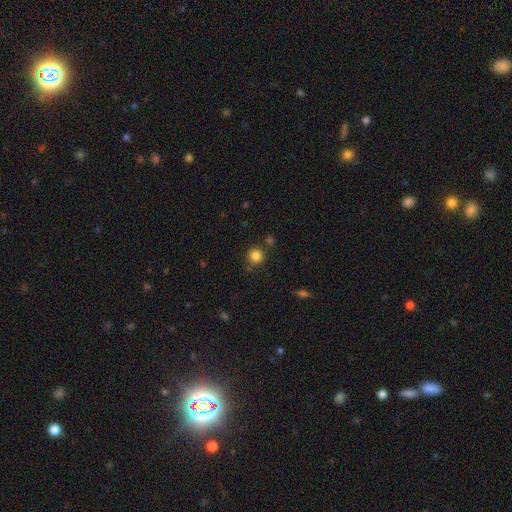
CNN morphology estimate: The model was most divided on "smooth or featured": smooth: 84%, star or artifact: 12%, featured or disk: 5%. More confident: how rounded — round (93%); merging — none (82%).